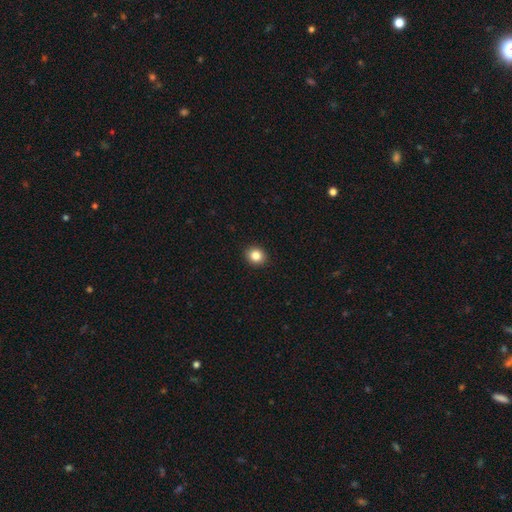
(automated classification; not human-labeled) smooth-or-featured: smooth: 84% | star or artifact: 10% | featured or disk: 5%
  how-rounded: round: 78% | in between: 21% | cigar-shaped: 1%
  merging: none: 93% | minor disturbance: 5% | major disturbance: 2% | merger: 1%